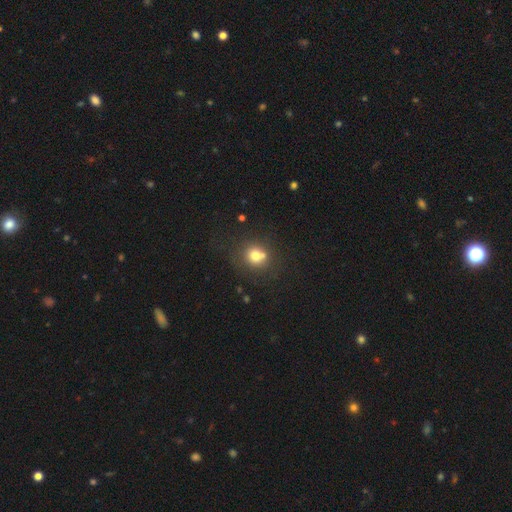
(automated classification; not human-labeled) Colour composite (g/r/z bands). It shows a smooth galaxy with no disk features (72%) that is round (84%). Merging: none (57%).